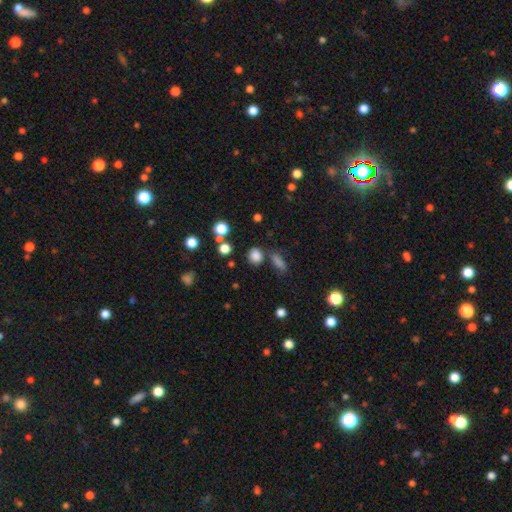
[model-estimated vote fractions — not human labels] The model was most divided on "how rounded": round: 76%, in between: 22%, cigar-shaped: 2%. More confident: smooth or featured — smooth (80%); merging — none (75%).